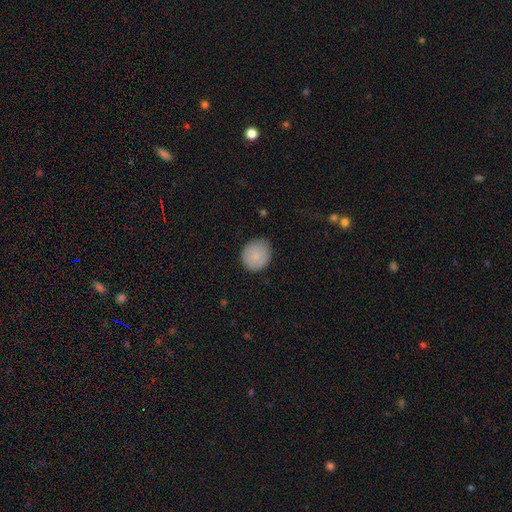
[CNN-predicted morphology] This appears to be a smooth galaxy with no disk features (84%) that is round (86%). Merging: none (81%).